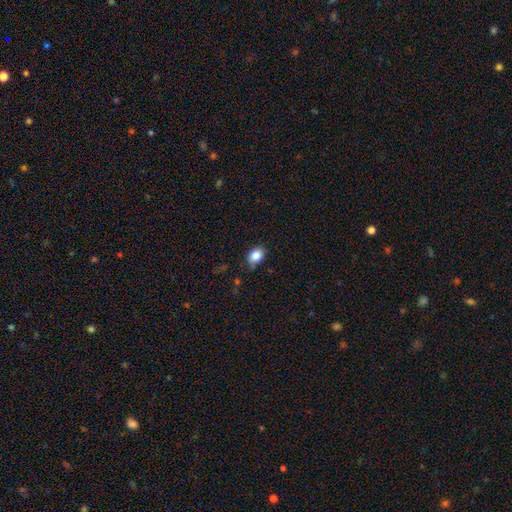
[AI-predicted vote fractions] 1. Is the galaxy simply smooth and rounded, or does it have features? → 84% smooth, 9% star or artifact, 6% featured or disk.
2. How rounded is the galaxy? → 72% in between, 27% round, 1% cigar-shaped.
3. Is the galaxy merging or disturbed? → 75% none, 20% minor disturbance, 4% major disturbance, 2% merger.